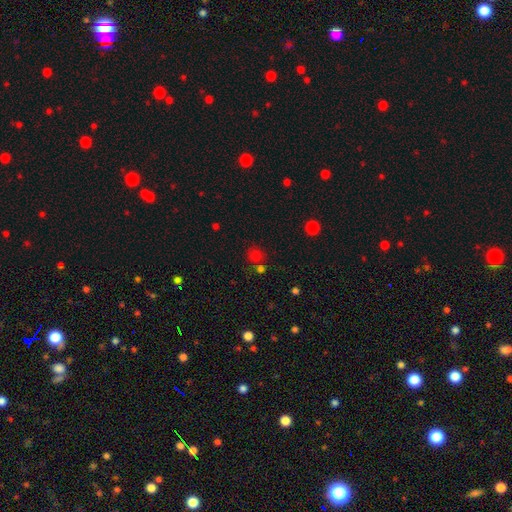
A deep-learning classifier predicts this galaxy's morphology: smooth-or-featured: smooth: 63% | star or artifact: 30% | featured or disk: 7%
  how-rounded: round: 82% | in between: 16% | cigar-shaped: 1%
  merging: none: 66% | merger: 14% | minor disturbance: 14% | major disturbance: 7%